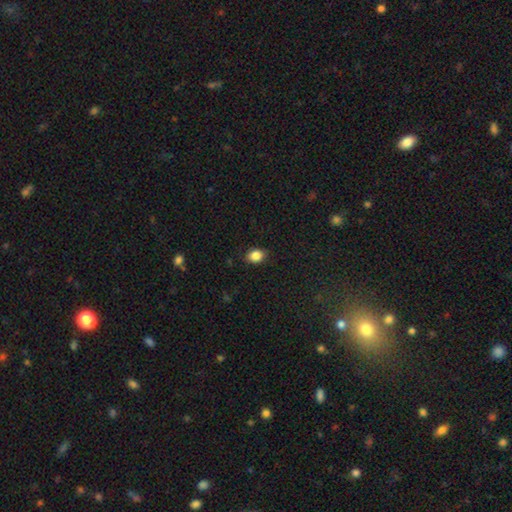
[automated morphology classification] Smooth or featured?
  - smooth: 86% *
  - star or artifact: 9%
  - featured or disk: 5%
How rounded?
  - in between: 66% *
  - round: 32%
  - cigar-shaped: 1%
Merging?
  - none: 85% *
  - minor disturbance: 11%
  - major disturbance: 2%
  - merger: 1%